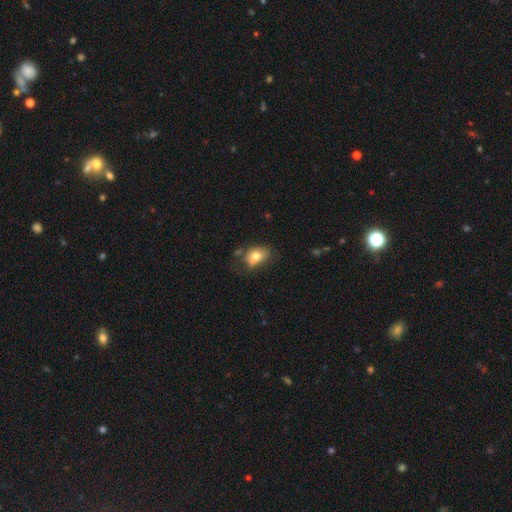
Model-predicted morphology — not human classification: This is likely a smooth galaxy (77%). How rounded: clearly in between (82%). Merging: possibly none (53%).